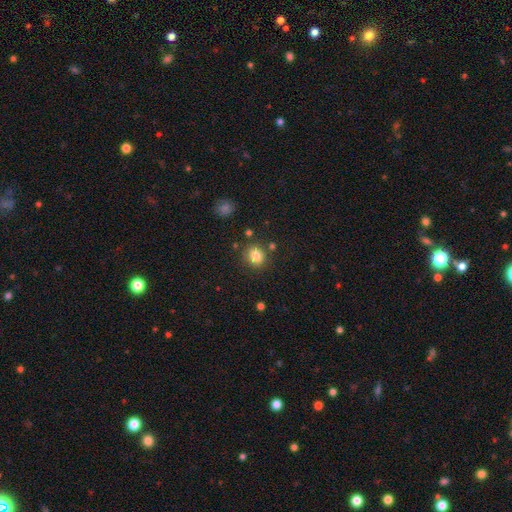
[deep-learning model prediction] A smooth galaxy with no disk features (81%) that is round (73%).

Vote fractions:
- Smooth or featured? smooth: 81% / star or artifact: 12% / featured or disk: 7%
- How rounded? round: 73% / in between: 26% / cigar-shaped: 1%
- Merging? none: 80% / minor disturbance: 11% / merger: 6% / major disturbance: 3%